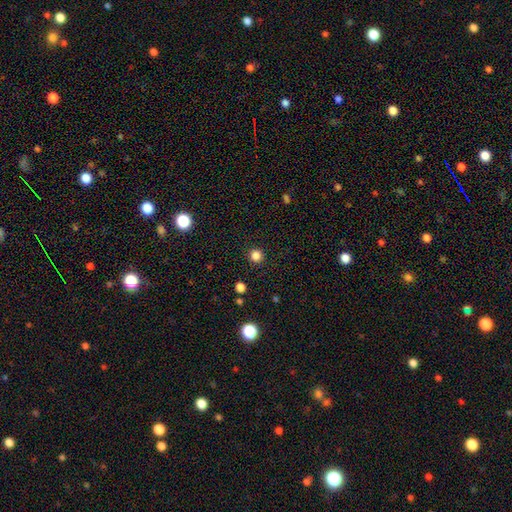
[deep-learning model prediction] Morphology: type=smooth (83%); roundness=round (95%); merging=none (92%).